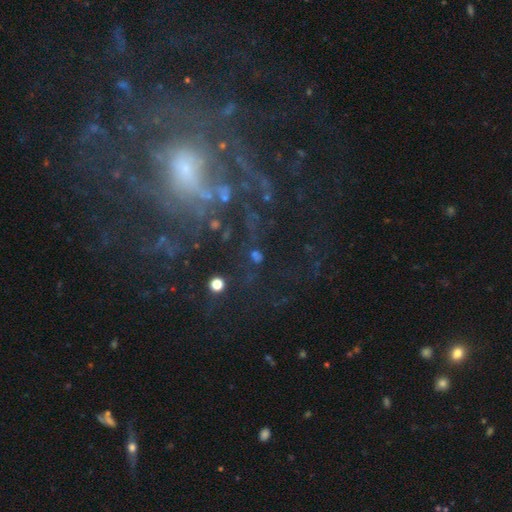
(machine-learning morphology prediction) This appears to be a featured or disk galaxy (68%) with no bar (57%), medium (38%) spiral arms (81%) and a small central bulge (58%). Merging: none (57%).